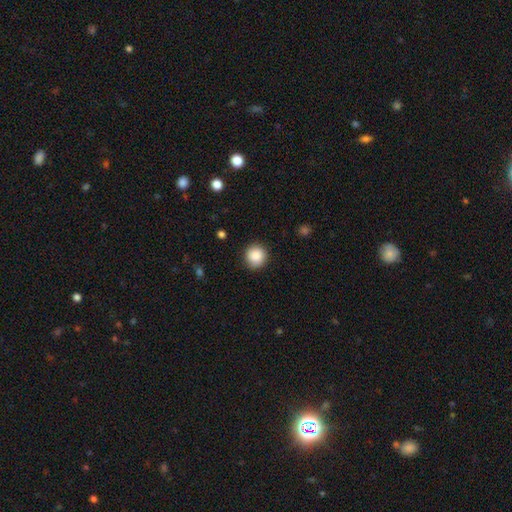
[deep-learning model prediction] smooth-or-featured: smooth: 88% | star or artifact: 9% | featured or disk: 4%
  how-rounded: round: 93% | in between: 6% | cigar-shaped: 1%
  merging: none: 88% | minor disturbance: 8% | major disturbance: 2% | merger: 1%